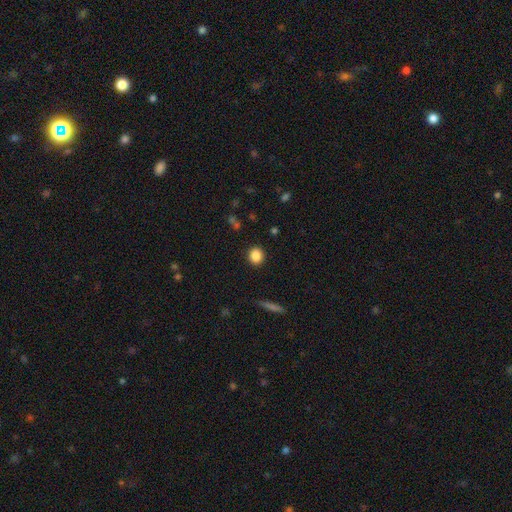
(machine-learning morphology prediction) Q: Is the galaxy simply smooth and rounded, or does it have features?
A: smooth — 86%.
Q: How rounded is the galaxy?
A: round — 81%.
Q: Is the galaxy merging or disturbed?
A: none — 90%.